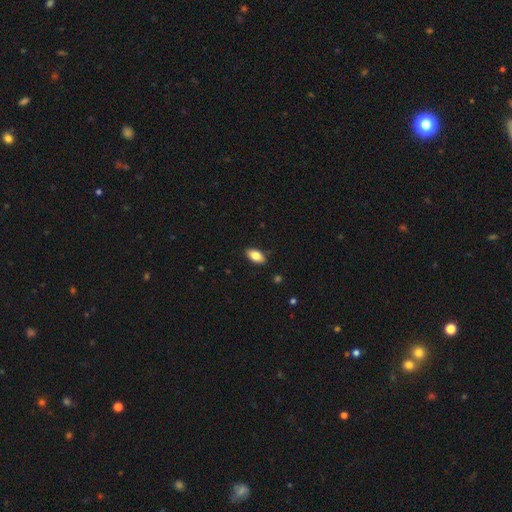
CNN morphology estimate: smooth-or-featured: smooth: 82% | featured or disk: 11% | star or artifact: 7%
  how-rounded: in between: 91% | cigar-shaped: 6% | round: 3%
  merging: none: 87% | minor disturbance: 10% | major disturbance: 2% | merger: 1%